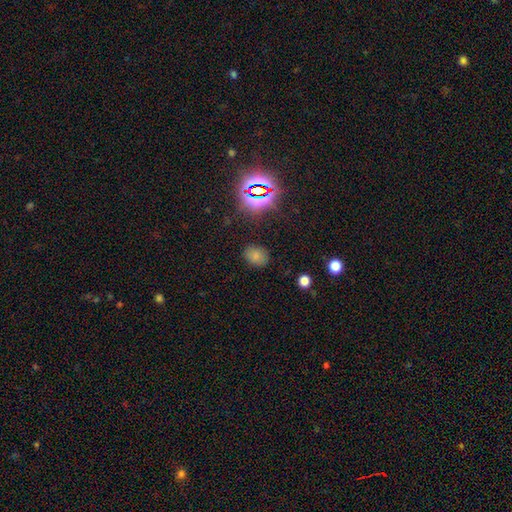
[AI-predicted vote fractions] smooth_or_featured: smooth (p=0.71) [alt: star or artifact p=0.21]
how_rounded: in between (p=0.59) [alt: round p=0.40]
merging: none (p=0.83) [alt: minor disturbance p=0.12]